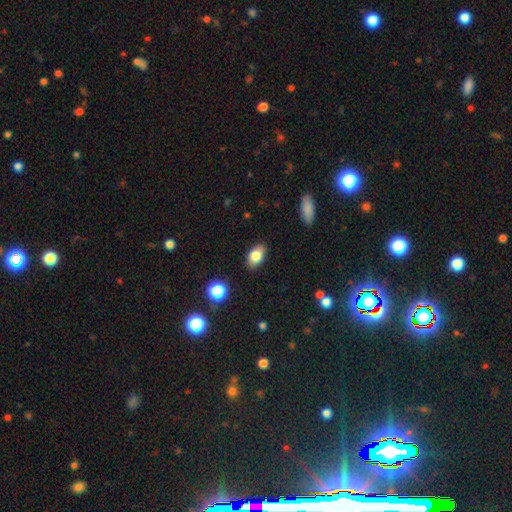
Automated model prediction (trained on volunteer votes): smooth 82%, featured or disk 10%, star or artifact 9%. Down the decision tree: how rounded — in between (88%); merging — none (86%).